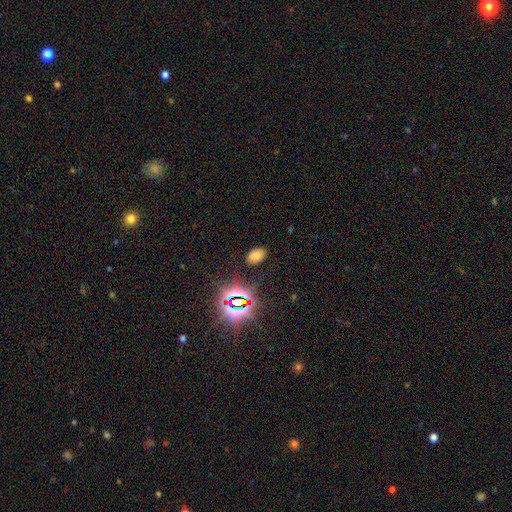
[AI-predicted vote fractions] smooth-or-featured: smooth: 69% | star or artifact: 25% | featured or disk: 6%
  how-rounded: in between: 87% | round: 12% | cigar-shaped: 1%
  merging: none: 85% | minor disturbance: 10% | major disturbance: 3% | merger: 1%